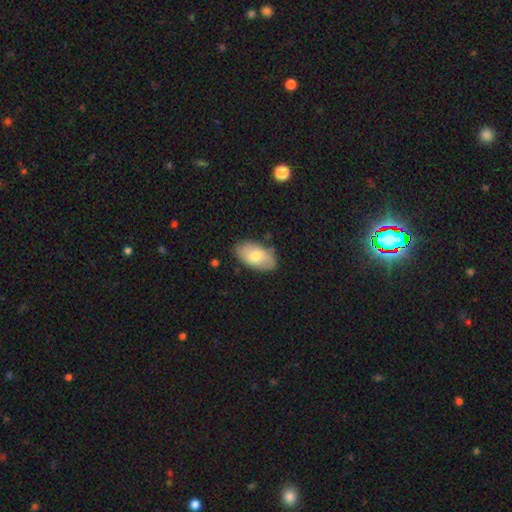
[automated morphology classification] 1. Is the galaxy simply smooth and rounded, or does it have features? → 72% smooth, 22% featured or disk, 6% star or artifact.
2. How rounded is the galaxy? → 95% in between, 4% round, 2% cigar-shaped.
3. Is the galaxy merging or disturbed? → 82% none, 14% minor disturbance, 3% major disturbance, 2% merger.